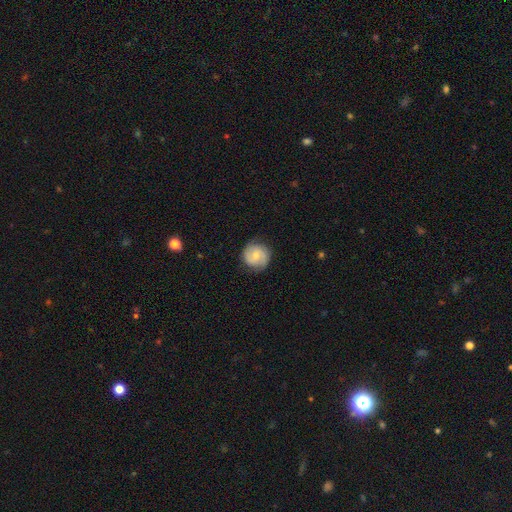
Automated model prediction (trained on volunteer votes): Smooth or featured?
  - featured or disk: 55% *
  - smooth: 38%
  - star or artifact: 7%
Edge-on disk?
  - no: 98% *
  - yes: 2%
Bar?
  - no: 50% *
  - weak: 42%
  - strong: 8%
Spiral arms?
  - yes: 85% *
  - no: 15%
Bulge size?
  - moderate: 53% *
  - small: 42%
  - none: 2%
  - large: 2%
  - dominant: 1%
Merging?
  - none: 84% *
  - minor disturbance: 12%
  - major disturbance: 3%
  - merger: 1%